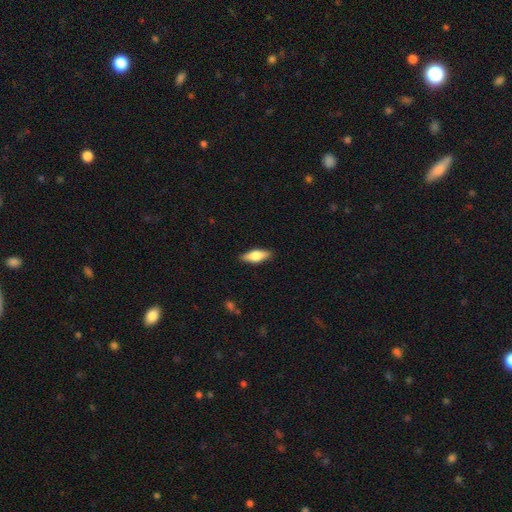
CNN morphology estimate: Overall: smooth (66%; featured or disk 28%). How rounded: in between (64%; cigar-shaped 34%). Merging: none (88%).